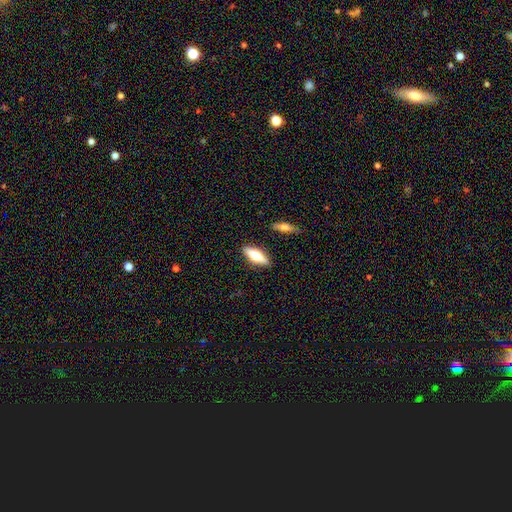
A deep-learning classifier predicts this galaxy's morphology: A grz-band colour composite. It shows a smooth galaxy with no disk features (54%) that is in between round and cigar-shaped (57%). Merging: none (86%).